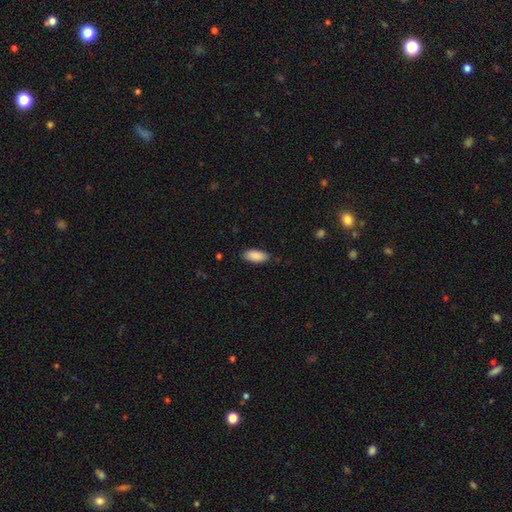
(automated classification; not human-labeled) The model was most divided on "merging": none: 86%, minor disturbance: 11%, major disturbance: 2%, merger: 1%. More confident: how rounded — in between (91%); smooth or featured — smooth (90%).